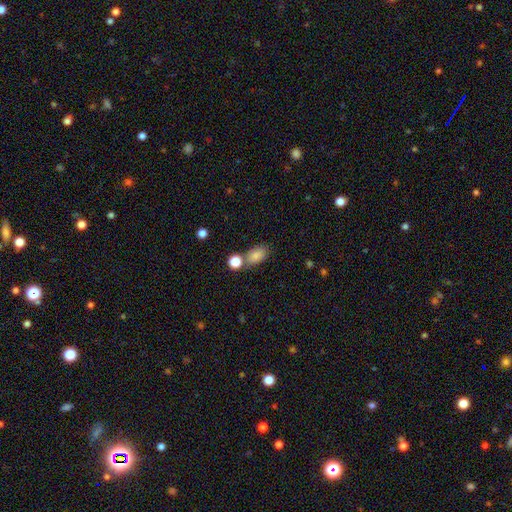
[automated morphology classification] smooth 83%, star or artifact 10%, featured or disk 7%. Down the decision tree: how rounded — in between (87%); merging — none (62%).